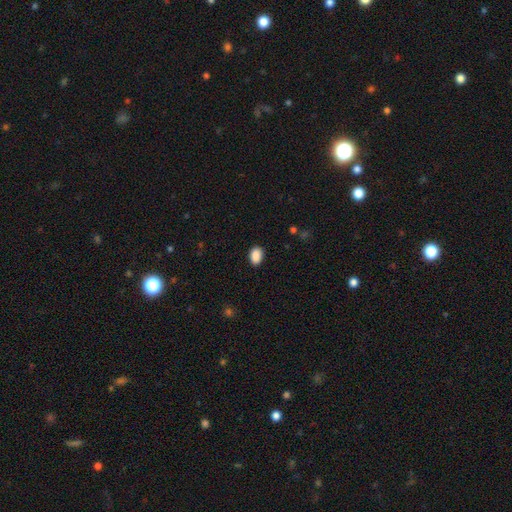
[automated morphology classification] Overall: smooth (90%). How rounded: in between (86%). Merging: none (86%).